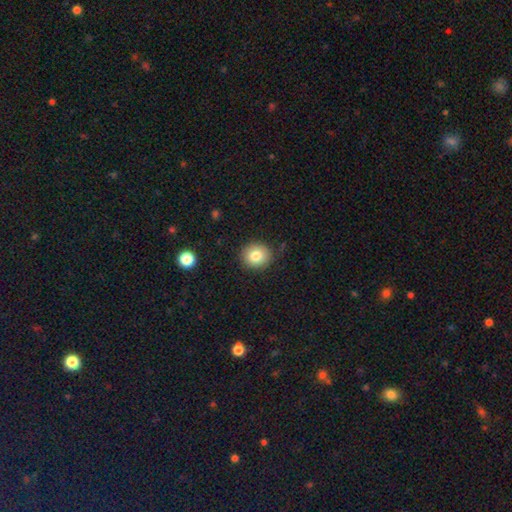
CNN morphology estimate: A smooth galaxy with no disk features (82%) that is round (83%). Merging: none (85%).